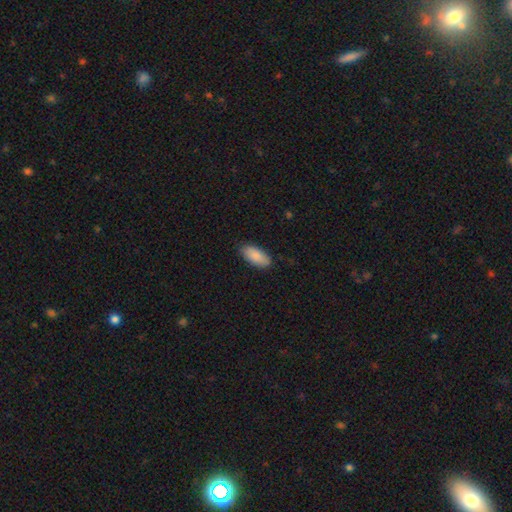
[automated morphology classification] Smooth or featured? Predicted: smooth (p=0.88). How rounded? Predicted: in between (p=0.89). Merging? Predicted: none (p=0.86).